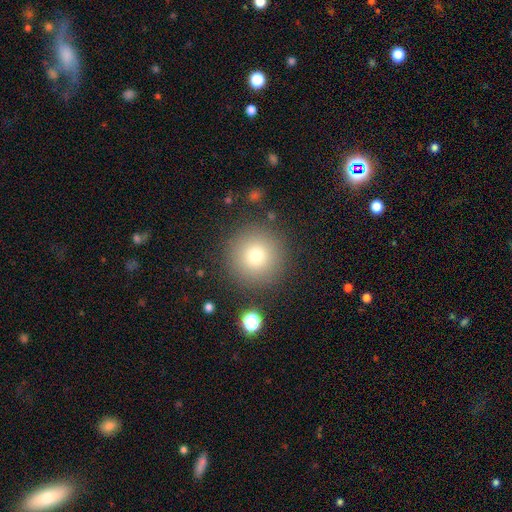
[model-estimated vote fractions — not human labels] Morphology: type=smooth (75%); roundness=round (96%); merging=none (89%).